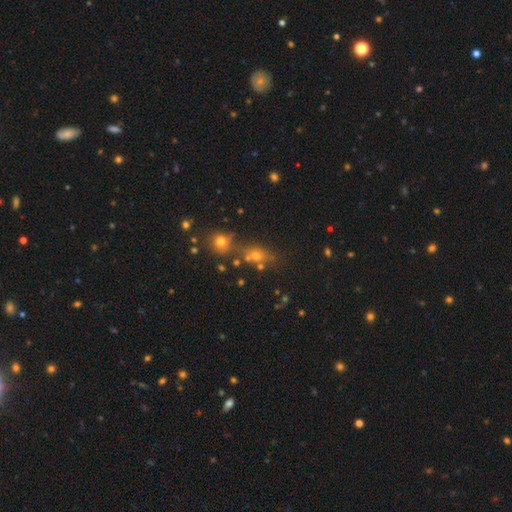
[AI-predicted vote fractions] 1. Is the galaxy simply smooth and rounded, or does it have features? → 54% smooth, 29% star or artifact, 16% featured or disk.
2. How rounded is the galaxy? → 47% round, 46% in between, 8% cigar-shaped.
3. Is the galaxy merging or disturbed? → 59% none, 22% merger, 13% minor disturbance, 6% major disturbance.